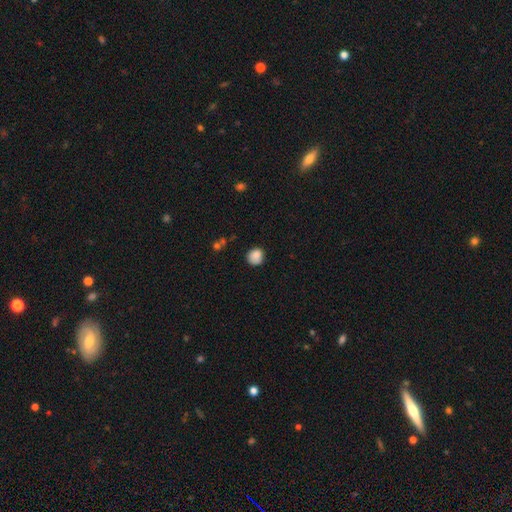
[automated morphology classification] type=smooth (84%); roundness=round (82%); merging=none (71%).